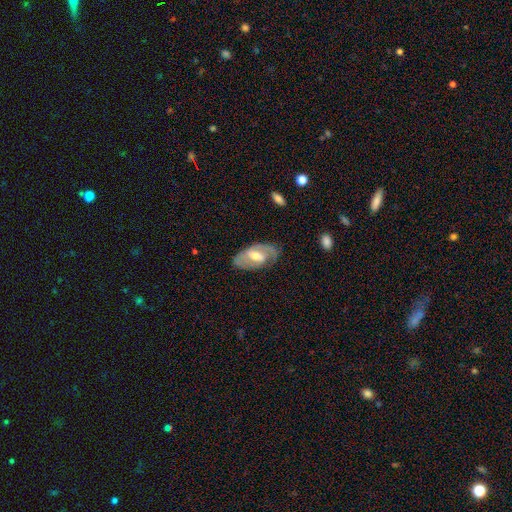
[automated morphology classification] Overall: featured or disk (68%). Edge-on disk: no (92%). Bar: weak (47%; strong 29%). Spiral arms: yes (74%). Bulge size: moderate (66%). Merging: none (68%).